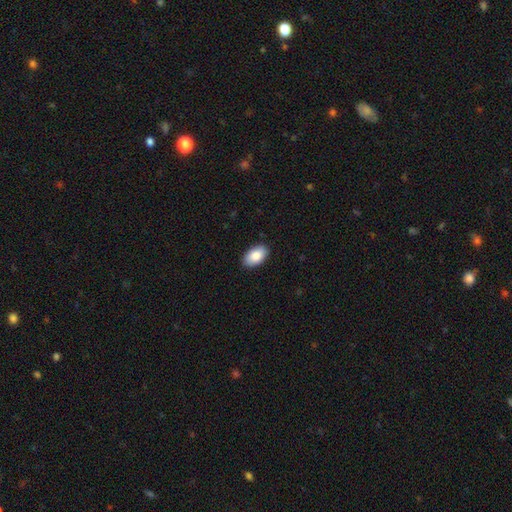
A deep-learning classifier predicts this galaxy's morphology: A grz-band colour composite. It shows a smooth galaxy with no disk features (87%) that is in between round and cigar-shaped (94%). Merging: none (89%).